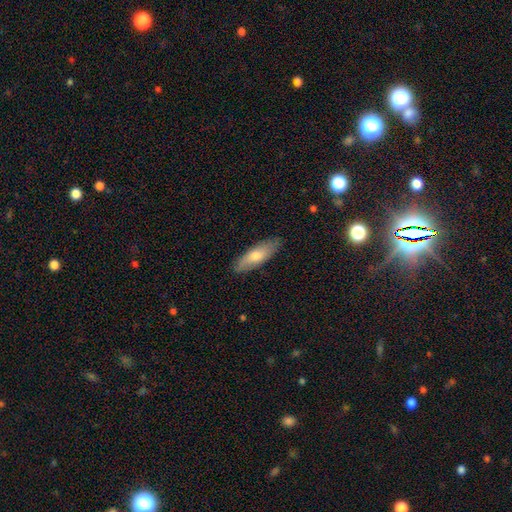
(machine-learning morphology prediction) The model was most divided on "how rounded" (2-way tie): cigar-shaped: 49%, in between: 49%, round: 2%. More confident: merging — none (85%); smooth or featured — smooth (66%).